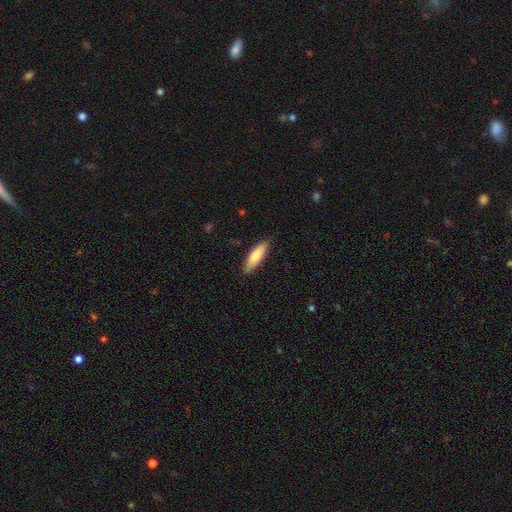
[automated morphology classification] This appears to be a smooth galaxy with no disk features (70%) that is cigar-shaped (55%). Merging: none (86%).